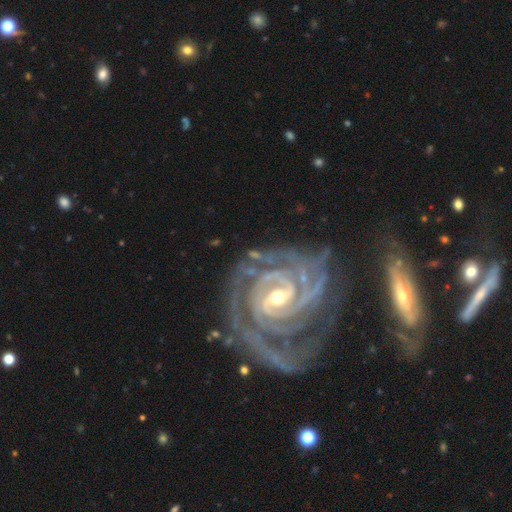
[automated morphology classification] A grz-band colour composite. It shows a featured or disk galaxy (93%) with a weak bar (41%), 3 (28%) tight (79%) spiral arms (99%) and a moderate central bulge (50%). Merging: none (63%).